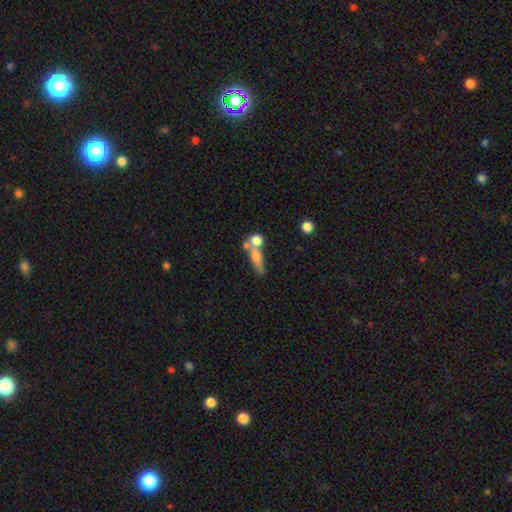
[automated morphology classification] smooth 63%, featured or disk 26%, star or artifact 11%. Down the decision tree: how rounded — in between (44%); merging — merger (44%).